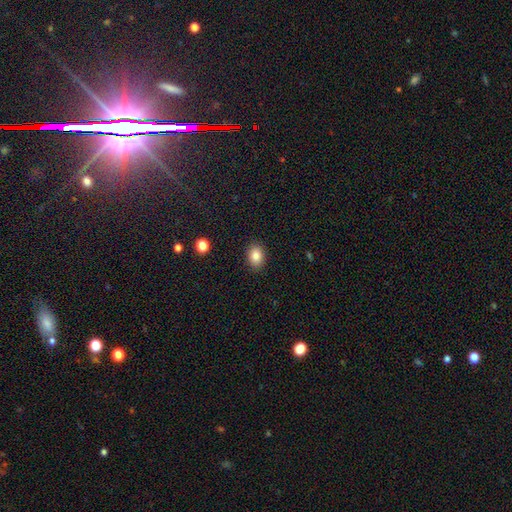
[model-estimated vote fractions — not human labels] smooth_or_featured: smooth (p=0.85) [alt: star or artifact p=0.09]
how_rounded: in between (p=0.65) [alt: round p=0.34]
merging: none (p=0.89) [alt: minor disturbance p=0.08]